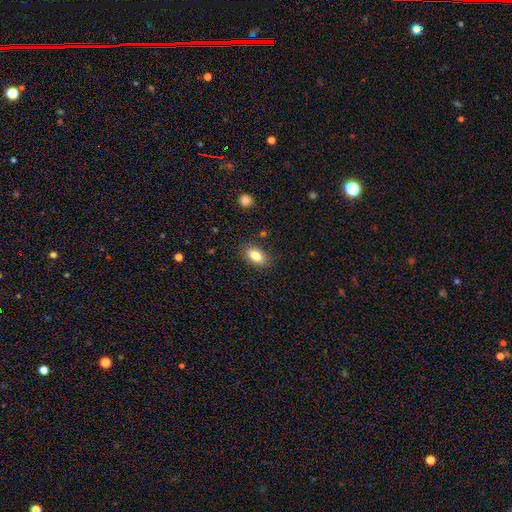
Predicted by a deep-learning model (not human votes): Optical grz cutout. It shows a smooth galaxy with no disk features (82%) that is in between round and cigar-shaped (89%). Merging: none (85%).